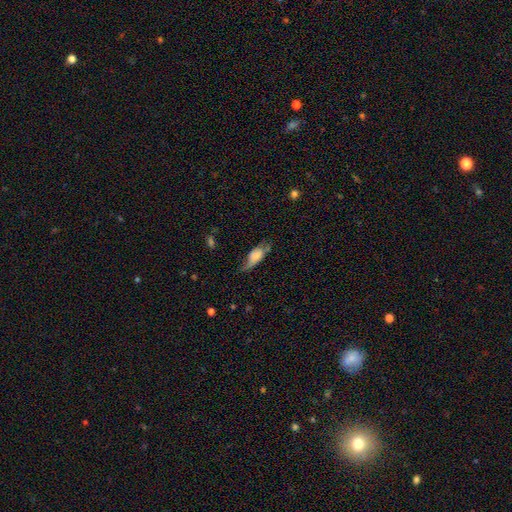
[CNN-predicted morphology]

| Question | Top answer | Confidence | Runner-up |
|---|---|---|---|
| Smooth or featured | smooth | 60% | featured or disk (32%) |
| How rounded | in between | 79% | cigar-shaped (17%) |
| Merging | none | 38% | minor disturbance (35%) |